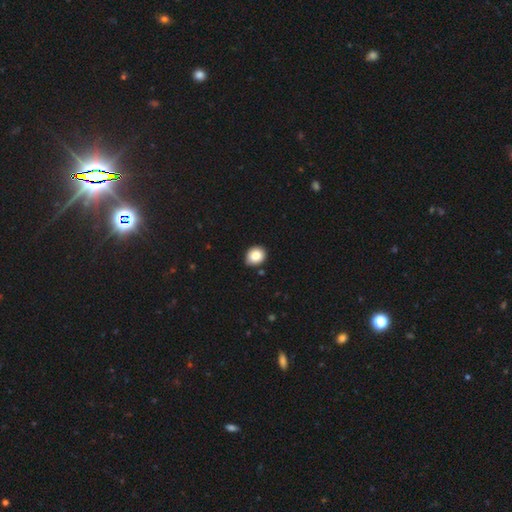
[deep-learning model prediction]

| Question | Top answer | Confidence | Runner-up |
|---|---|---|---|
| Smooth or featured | smooth | 84% | star or artifact (9%) |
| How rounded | round | 67% | in between (32%) |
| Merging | none | 84% | minor disturbance (12%) |